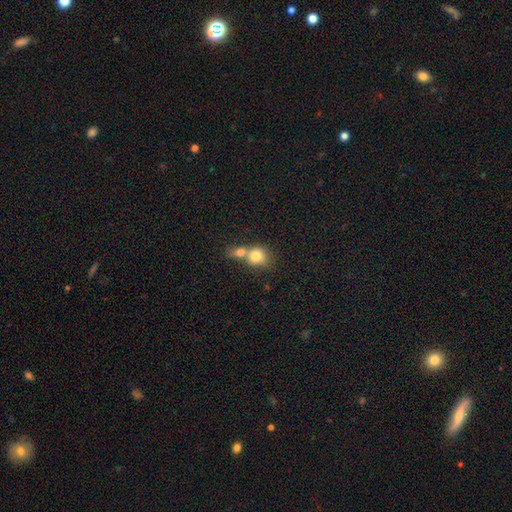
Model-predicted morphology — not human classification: smooth 77%, featured or disk 14%, star or artifact 9%. Down the decision tree: how rounded — round (73%); merging — merger (65%).